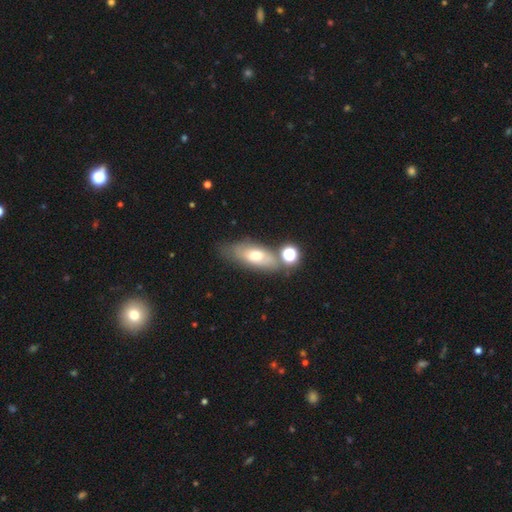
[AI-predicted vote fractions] Smooth or featured? Predicted: smooth (p=0.60). How rounded? Predicted: in between (p=0.71). Merging? Predicted: none (p=0.58).